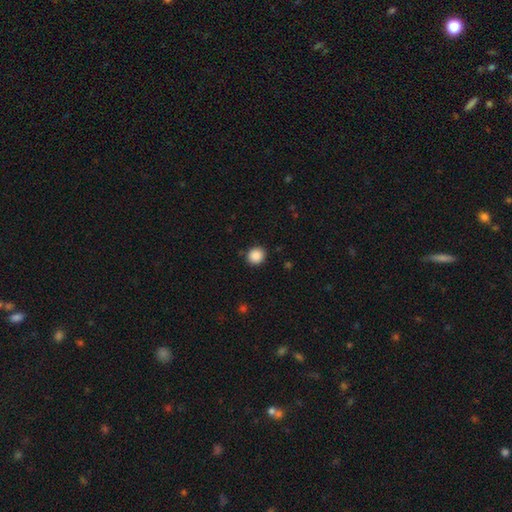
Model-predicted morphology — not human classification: Smooth or featured? Predicted: smooth (p=0.88). How rounded? Predicted: round (p=0.85). Merging? Predicted: none (p=0.89).